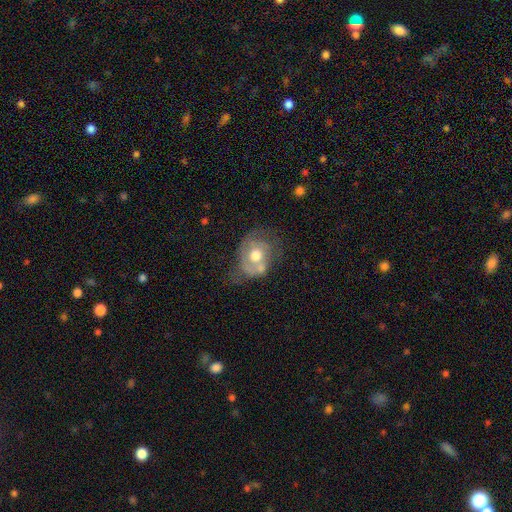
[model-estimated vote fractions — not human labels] The model was most divided on "merging": none: 35%, minor disturbance: 26%, major disturbance: 21%, merger: 18%. More confident: edge-on disk — no (96%); bar — no (81%); bulge size — moderate (70%); smooth or featured — featured or disk (60%); spiral arms — yes (59%).